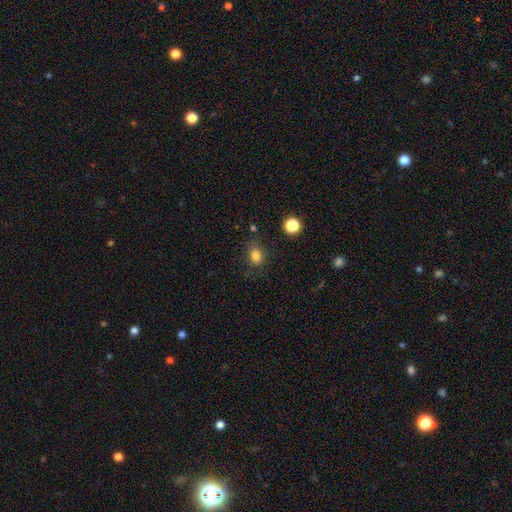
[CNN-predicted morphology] This is clearly a smooth galaxy (81%). How rounded: likely in between (60%). Merging: likely none (74%).